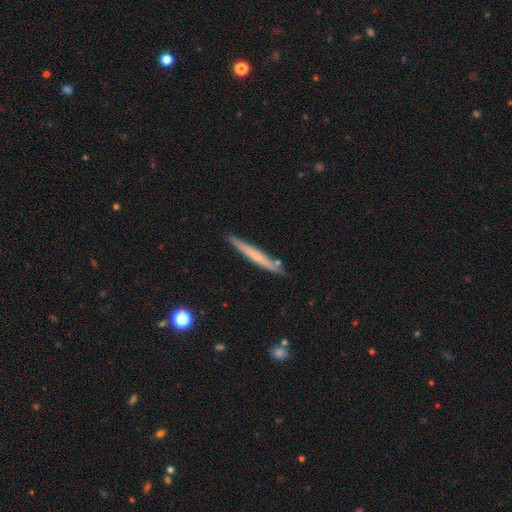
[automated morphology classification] This appears to be a smooth galaxy with no disk features (52%) that is cigar-shaped (96%). Merging: none (86%).